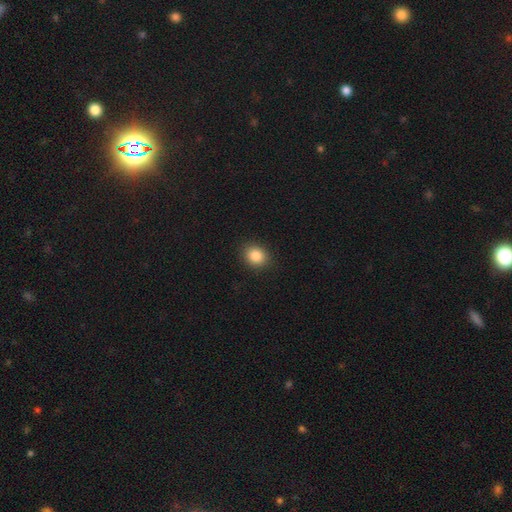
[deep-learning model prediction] A smooth galaxy with no disk features (86%) that is round (60%). Merging: none (89%).